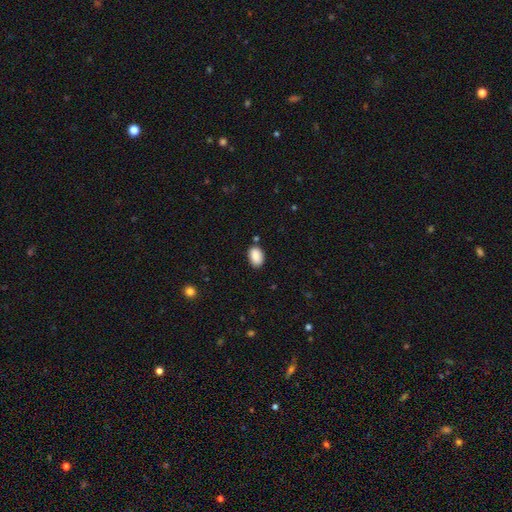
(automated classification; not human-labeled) A smooth galaxy with no disk features (88%) that is in between round and cigar-shaped (87%).

Vote fractions:
- Smooth or featured? smooth: 88% / star or artifact: 7% / featured or disk: 5%
- How rounded? in between: 87% / round: 11% / cigar-shaped: 1%
- Merging? none: 82% / minor disturbance: 13% / merger: 3% / major disturbance: 3%